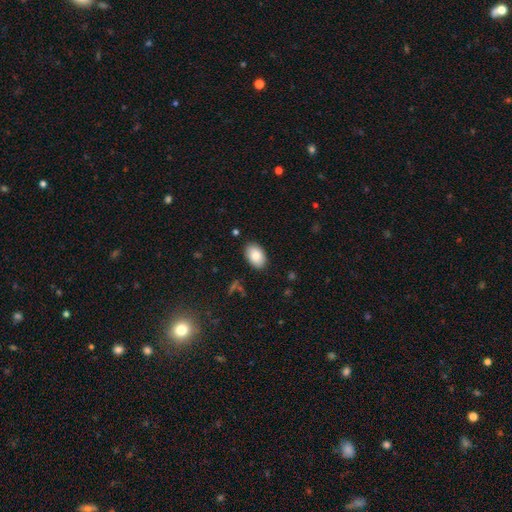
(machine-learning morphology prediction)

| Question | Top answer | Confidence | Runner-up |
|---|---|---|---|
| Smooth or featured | smooth | 86% | featured or disk (7%) |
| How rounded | in between | 91% | round (8%) |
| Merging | none | 87% | minor disturbance (9%) |